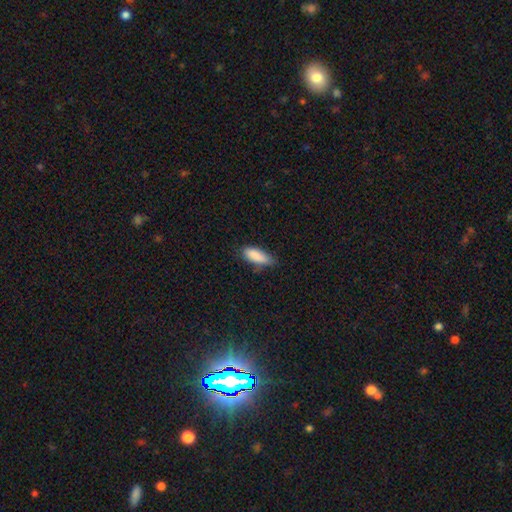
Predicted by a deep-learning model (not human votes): Q: Smooth or featured?
A: smooth (87%); runner-up: star or artifact (7%)
Q: How rounded?
A: in between (70%); runner-up: cigar-shaped (28%)
Q: Merging?
A: none (61%); runner-up: minor disturbance (31%)